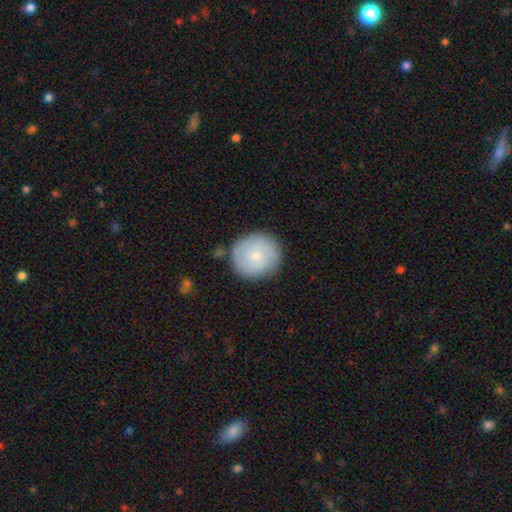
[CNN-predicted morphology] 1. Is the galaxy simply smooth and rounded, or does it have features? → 61% smooth, 32% featured or disk, 6% star or artifact.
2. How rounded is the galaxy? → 92% round, 7% in between, 1% cigar-shaped.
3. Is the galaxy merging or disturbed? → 81% none, 13% minor disturbance, 3% major disturbance, 3% merger.